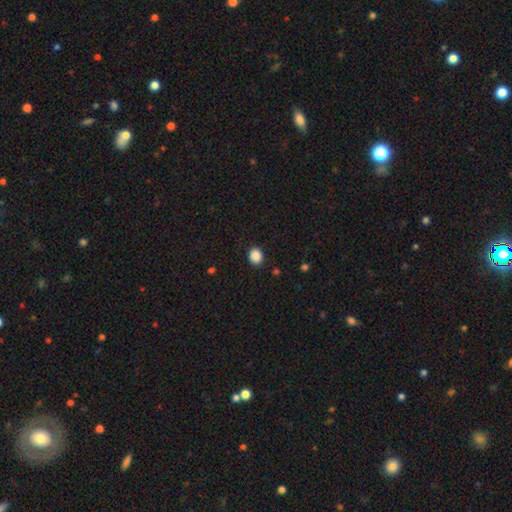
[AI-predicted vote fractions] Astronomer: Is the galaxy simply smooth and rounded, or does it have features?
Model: smooth — 88%.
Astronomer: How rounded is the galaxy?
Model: round — 56% (runner-up: in between, 43%).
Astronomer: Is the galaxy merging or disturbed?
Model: none — 89%.